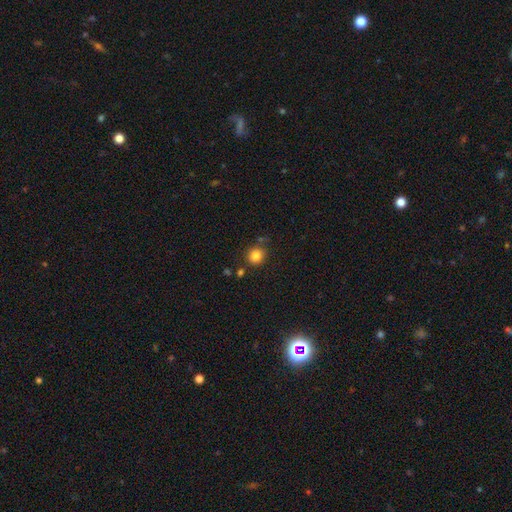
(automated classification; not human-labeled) smooth-or-featured: smooth: 83% | star or artifact: 11% | featured or disk: 5%
  how-rounded: round: 88% | in between: 11% | cigar-shaped: 1%
  merging: none: 79% | minor disturbance: 11% | merger: 7% | major disturbance: 3%